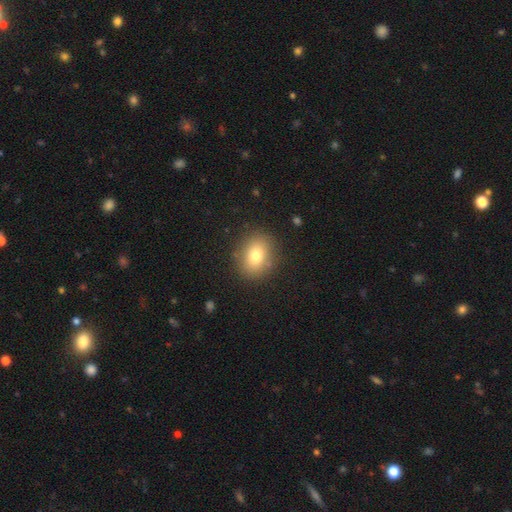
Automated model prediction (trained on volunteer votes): Smooth or featured? Predicted: smooth (p=0.78). How rounded? Predicted: in between (p=0.53). Merging? Predicted: none (p=0.86).